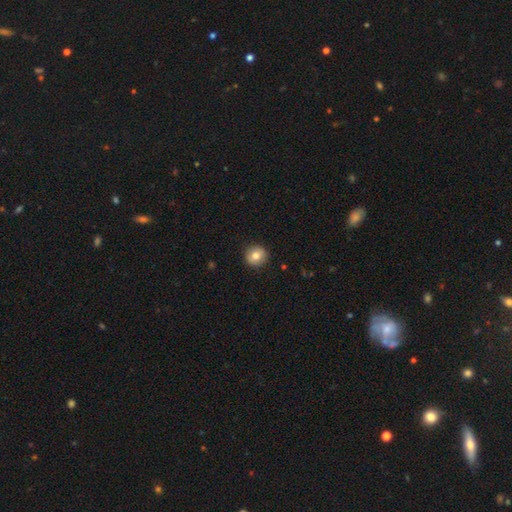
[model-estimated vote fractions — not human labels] Smooth or featured: smooth — 79% (featured or disk — 13%)
How rounded: round — 94% (in between — 5%)
Merging: none — 91% (minor disturbance — 6%)